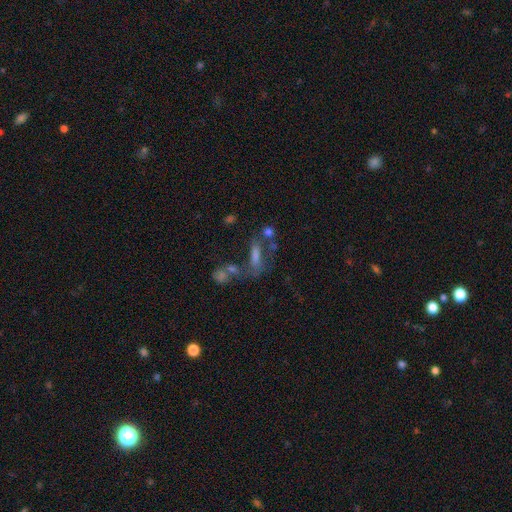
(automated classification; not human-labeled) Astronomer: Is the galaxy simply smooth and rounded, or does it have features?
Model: smooth — 45% (runner-up: featured or disk, 32%).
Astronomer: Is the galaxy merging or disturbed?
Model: none — 38% (runner-up: merger, 30%).